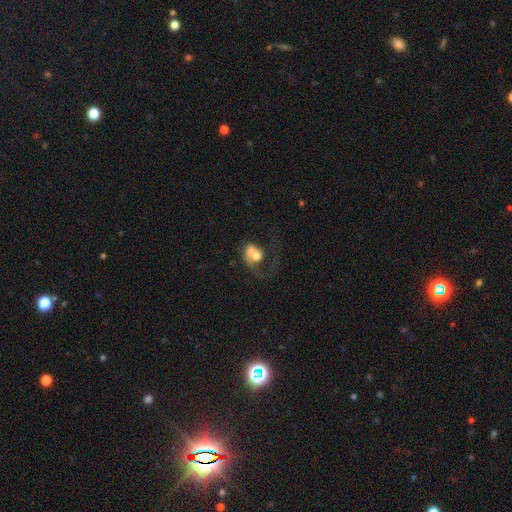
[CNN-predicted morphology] This is possibly a featured or disk galaxy (46%). Merging: possibly merger (50%).